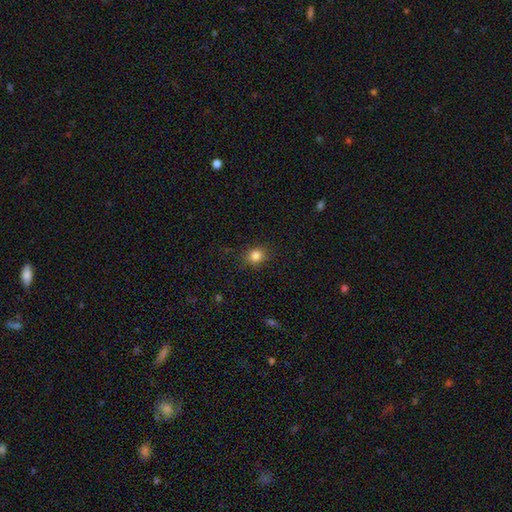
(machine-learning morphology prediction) This is clearly a smooth galaxy (83%). How rounded: likely round (74%). Merging: clearly none (86%).